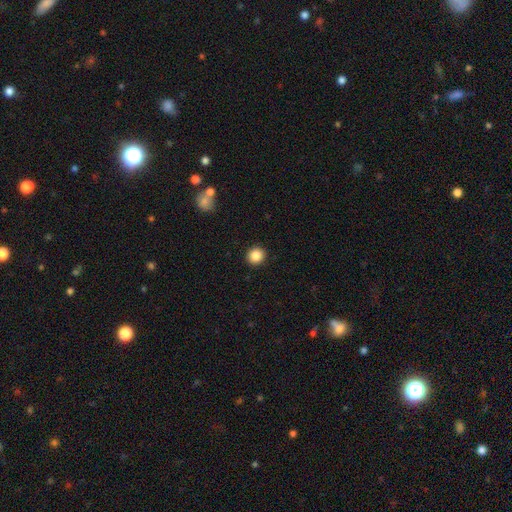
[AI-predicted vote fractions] smooth-or-featured: smooth: 86% | star or artifact: 10% | featured or disk: 4%
  how-rounded: round: 90% | in between: 9% | cigar-shaped: 1%
  merging: none: 92% | minor disturbance: 5% | major disturbance: 2% | merger: 1%